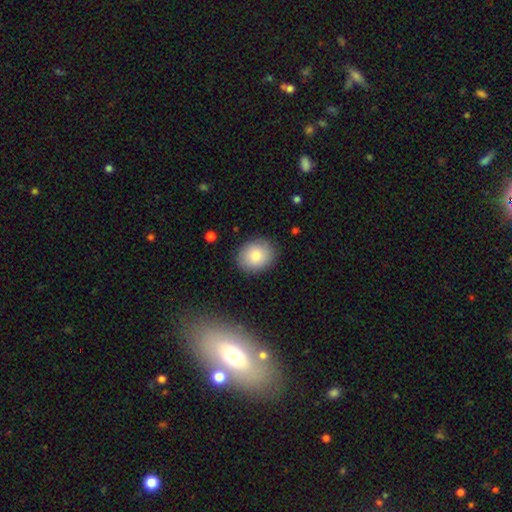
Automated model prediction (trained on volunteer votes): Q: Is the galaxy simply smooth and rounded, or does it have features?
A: smooth — 82%.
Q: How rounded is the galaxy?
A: round — 62%.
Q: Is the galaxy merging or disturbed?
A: none — 87%.